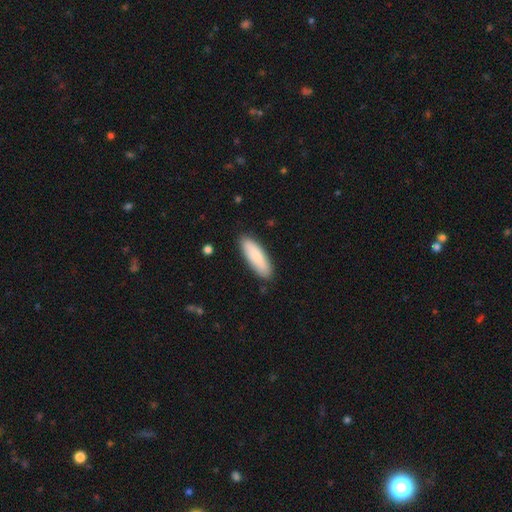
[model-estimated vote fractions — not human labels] A smooth galaxy with no disk features (84%) that is cigar-shaped (50%). Merging: none (87%).